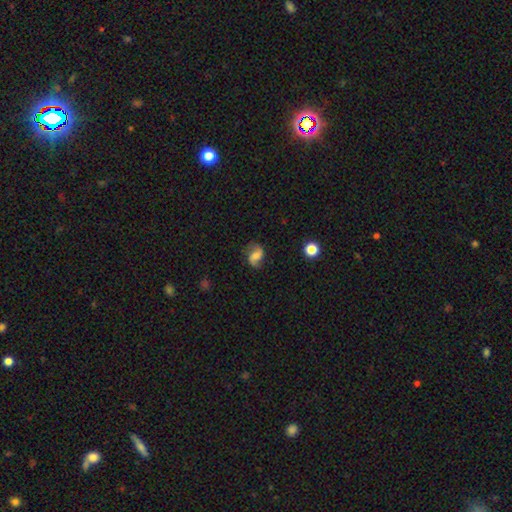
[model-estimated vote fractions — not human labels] This appears to be a featured or disk galaxy (75%) with a weak bar (43%), 2 (92%) loose (56%) spiral arms (95%) and a moderate central bulge (36%). Merging: none (77%).